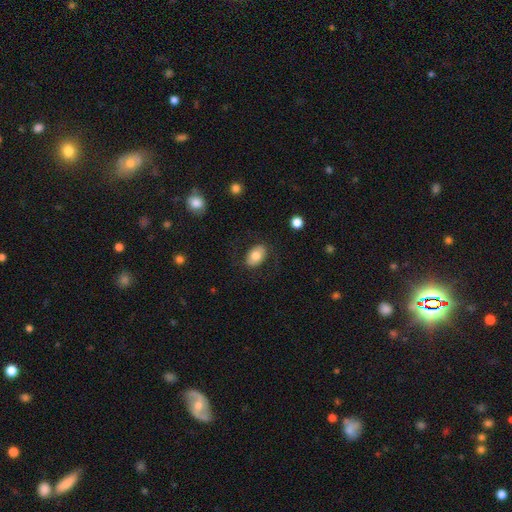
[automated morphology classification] Smooth or featured?
  - smooth: 74% *
  - featured or disk: 19%
  - star or artifact: 7%
How rounded?
  - in between: 84% *
  - round: 15%
  - cigar-shaped: 1%
Merging?
  - none: 80% *
  - minor disturbance: 12%
  - major disturbance: 7%
  - merger: 1%